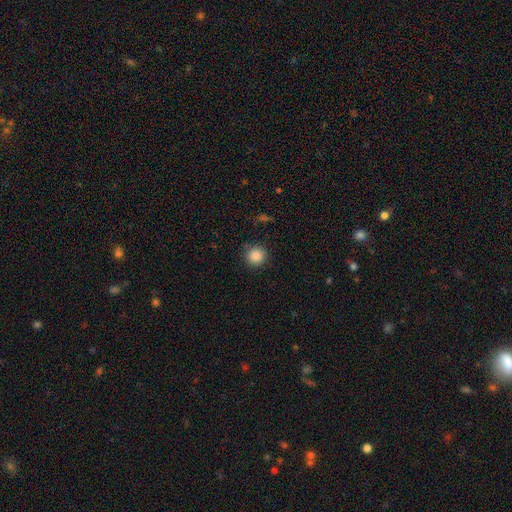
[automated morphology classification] smooth 87%, star or artifact 10%, featured or disk 3%. Down the decision tree: how rounded — round (94%); merging — none (90%).